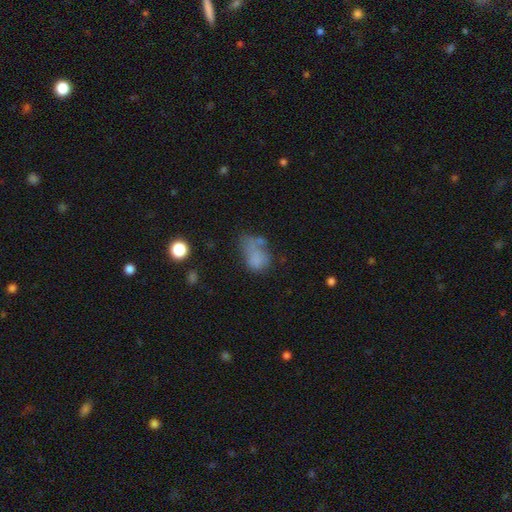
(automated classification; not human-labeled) The model was most divided on "merging" (2-way tie): major disturbance: 29%, none: 29%, minor disturbance: 24%, merger: 18%. More confident: how rounded — in between (75%); smooth or featured — smooth (67%).